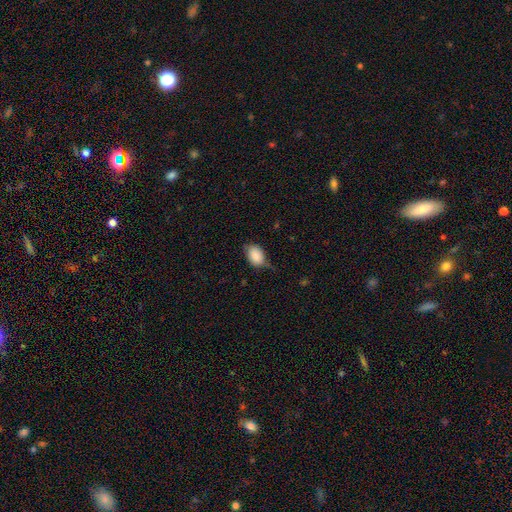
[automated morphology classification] Q: Smooth or featured?
A: smooth (85%); runner-up: featured or disk (8%)
Q: How rounded?
A: in between (79%); runner-up: round (20%)
Q: Merging?
A: none (52%); runner-up: minor disturbance (36%)